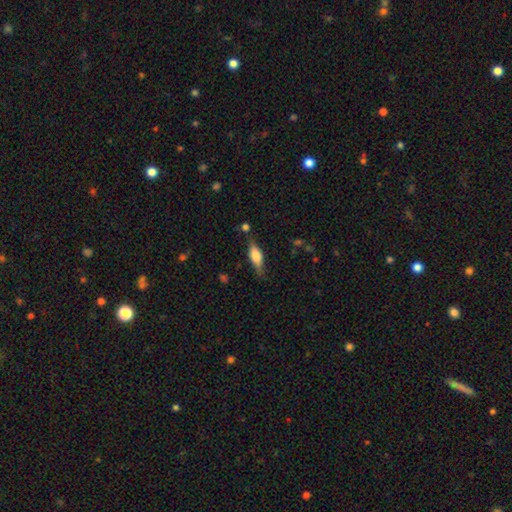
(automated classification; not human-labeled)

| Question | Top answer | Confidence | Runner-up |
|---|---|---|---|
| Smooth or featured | smooth | 59% | featured or disk (34%) |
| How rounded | in between | 63% | cigar-shaped (34%) |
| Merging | none | 72% | minor disturbance (19%) |